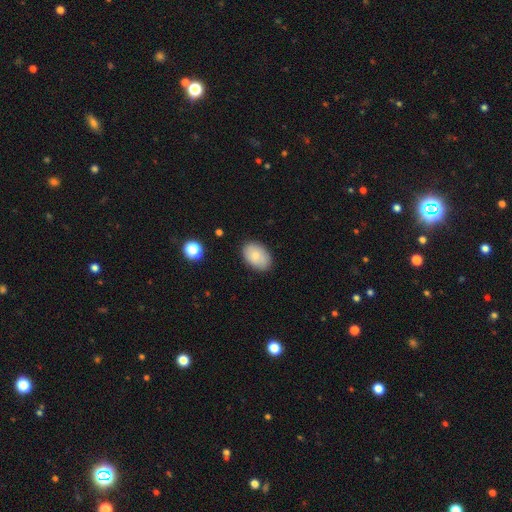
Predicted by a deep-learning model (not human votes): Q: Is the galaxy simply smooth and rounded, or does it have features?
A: smooth — 79%.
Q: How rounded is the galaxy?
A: in between — 86%.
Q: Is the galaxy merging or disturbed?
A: none — 85%.